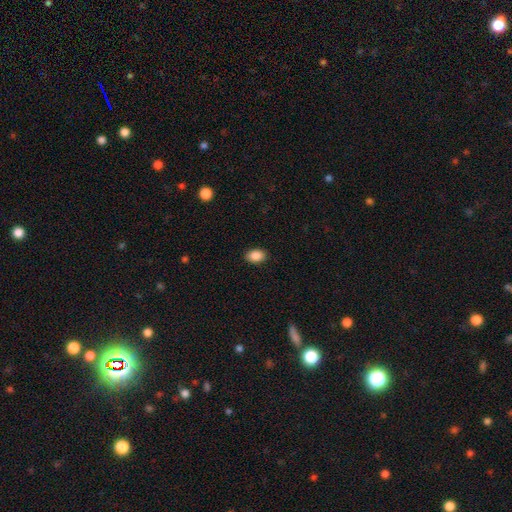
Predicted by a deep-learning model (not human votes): Smooth or featured? Predicted: smooth (p=0.89). How rounded? Predicted: in between (p=0.84). Merging? Predicted: none (p=0.89).